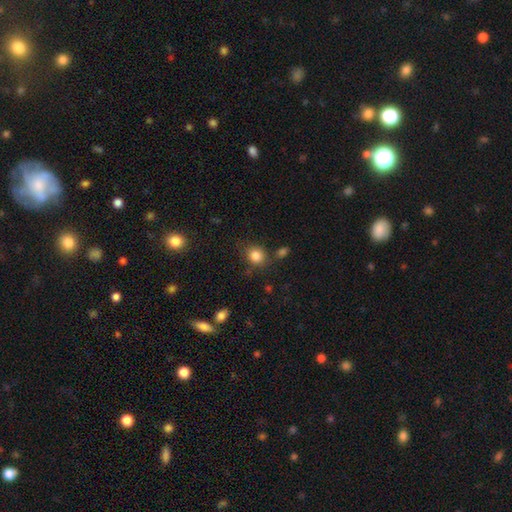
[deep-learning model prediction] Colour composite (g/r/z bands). It shows a smooth galaxy with no disk features (84%) that is round (78%). Merging: none (77%).